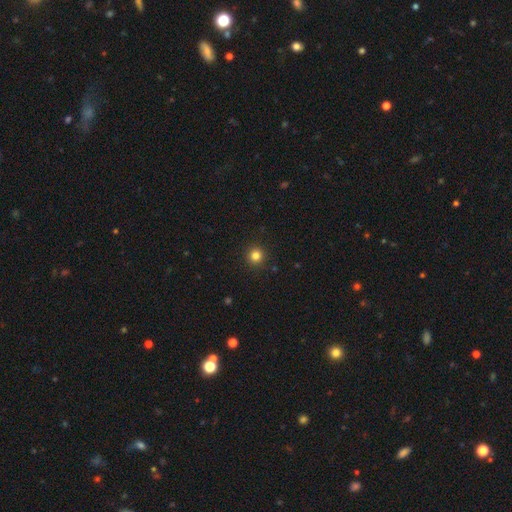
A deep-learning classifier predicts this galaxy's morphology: Smooth or featured?
  - smooth: 83% *
  - star or artifact: 13%
  - featured or disk: 4%
How rounded?
  - round: 95% *
  - in between: 4%
  - cigar-shaped: 1%
Merging?
  - none: 93% *
  - minor disturbance: 5%
  - major disturbance: 2%
  - merger: 1%